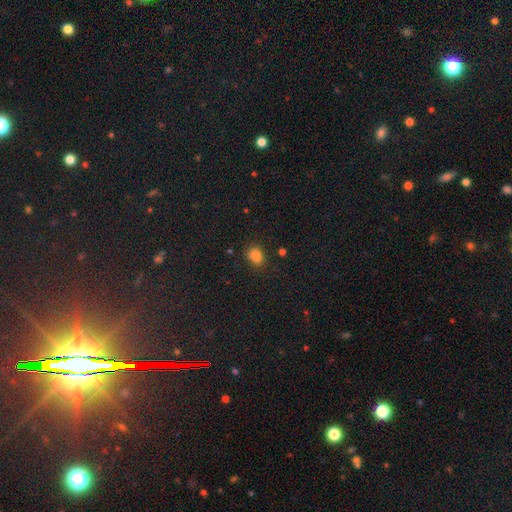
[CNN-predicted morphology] Smooth or featured: smooth — 84% (star or artifact — 12%)
How rounded: in between — 58% (round — 41%)
Merging: none — 82% (minor disturbance — 12%)